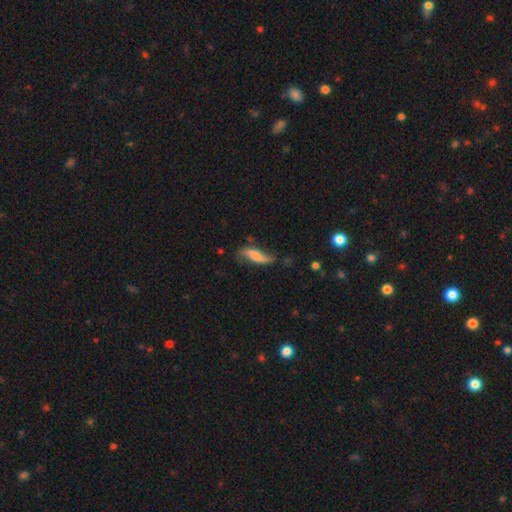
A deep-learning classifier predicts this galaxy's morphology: Smooth or featured: featured or disk — 49% (smooth — 44%)
Merging: none — 57% (minor disturbance — 28%)